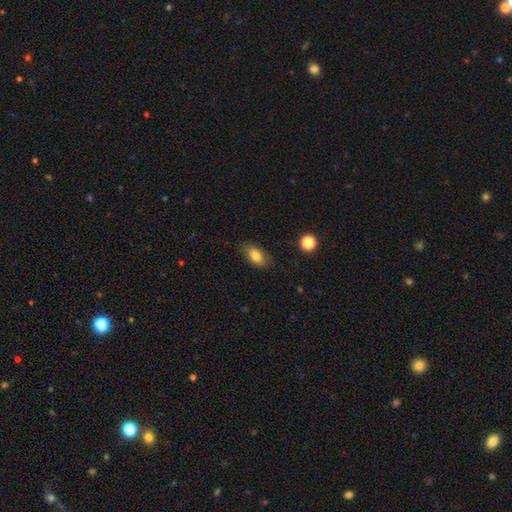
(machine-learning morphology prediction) A smooth galaxy with no disk features (81%) that is in between round and cigar-shaped (88%).

Vote fractions:
- Smooth or featured? smooth: 81% / featured or disk: 10% / star or artifact: 8%
- How rounded? in between: 88% / round: 7% / cigar-shaped: 5%
- Merging? none: 82% / minor disturbance: 13% / major disturbance: 3% / merger: 1%